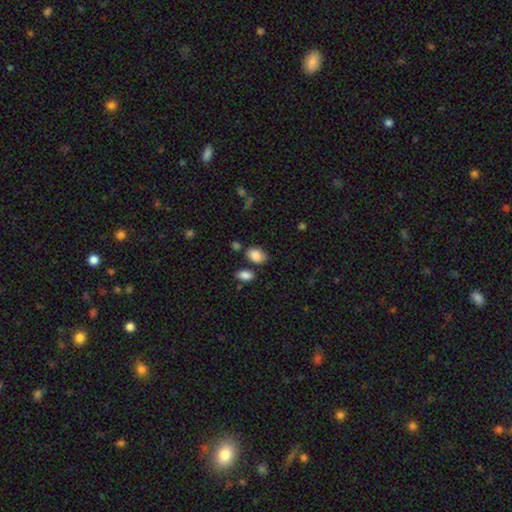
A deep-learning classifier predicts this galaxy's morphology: type=smooth (87%); roundness=in between (84%); merging=none (69%).